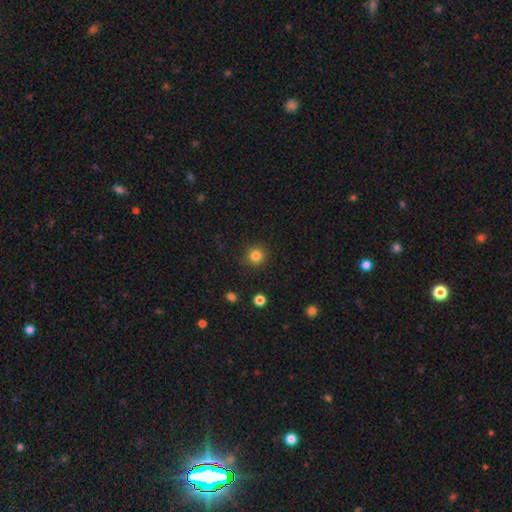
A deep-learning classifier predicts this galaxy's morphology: Q: Smooth or featured?
A: smooth (83%); runner-up: star or artifact (13%)
Q: How rounded?
A: round (94%); runner-up: in between (5%)
Q: Merging?
A: none (90%); runner-up: minor disturbance (6%)